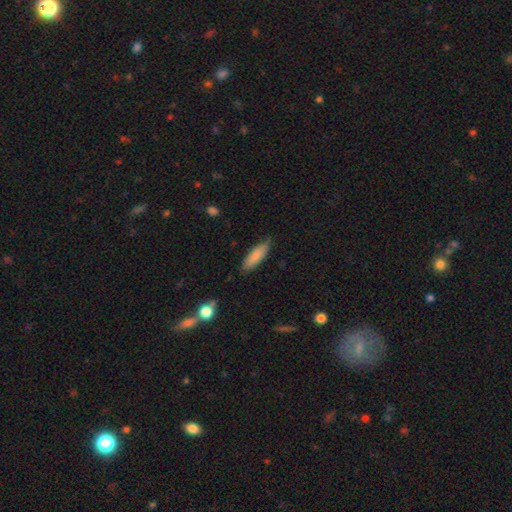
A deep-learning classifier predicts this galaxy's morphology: Smooth or featured? Predicted: smooth (p=0.83). How rounded? Predicted: cigar-shaped (p=0.52). Merging? Predicted: none (p=0.81).